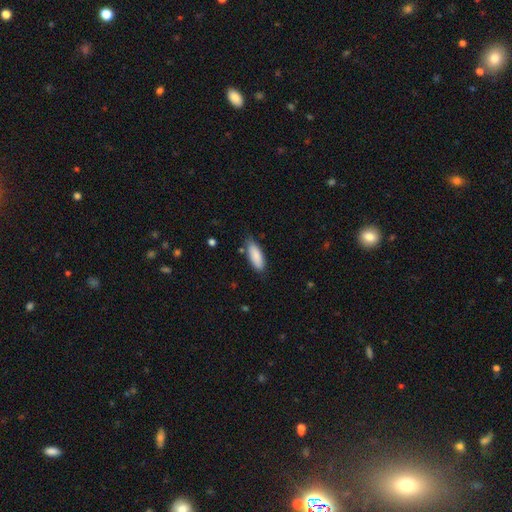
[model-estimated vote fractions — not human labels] Smooth or featured? smooth (88%)
How rounded? in between (69%)
Merging? none (76%)